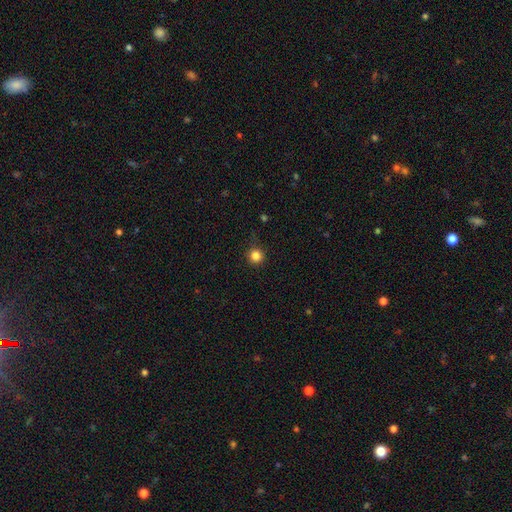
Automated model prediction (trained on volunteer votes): This is clearly a smooth galaxy (84%). How rounded: clearly round (95%). Merging: clearly none (87%).